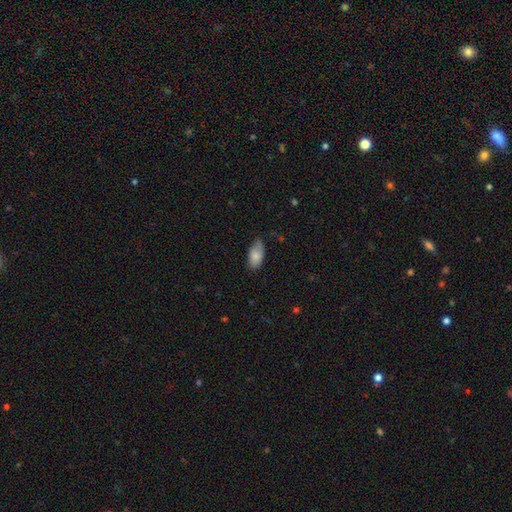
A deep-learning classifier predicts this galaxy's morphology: Smooth or featured: smooth — 76% (featured or disk — 17%)
How rounded: in between — 93% (cigar-shaped — 4%)
Merging: none — 59% (minor disturbance — 31%)